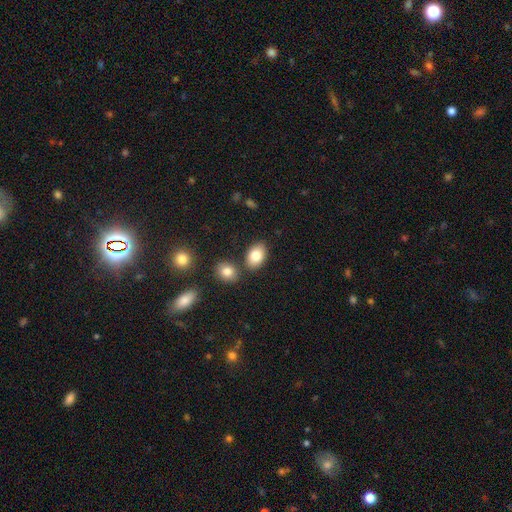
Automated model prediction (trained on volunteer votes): smooth-or-featured: smooth: 82% | featured or disk: 10% | star or artifact: 8%
  how-rounded: in between: 89% | round: 10% | cigar-shaped: 1%
  merging: none: 77% | merger: 11% | minor disturbance: 10% | major disturbance: 3%